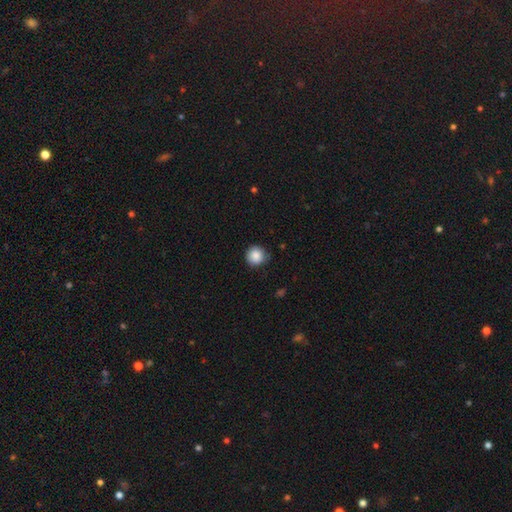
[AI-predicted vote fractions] smooth-or-featured: smooth: 87% | star or artifact: 9% | featured or disk: 4%
  how-rounded: round: 93% | in between: 6% | cigar-shaped: 1%
  merging: none: 81% | minor disturbance: 15% | major disturbance: 3% | merger: 1%